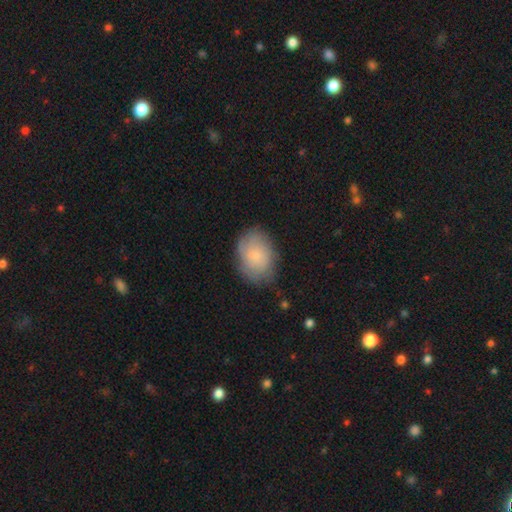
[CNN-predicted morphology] The model was most divided on "how rounded": in between: 72%, round: 27%, cigar-shaped: 1%. More confident: smooth or featured — smooth (74%); merging — none (71%).